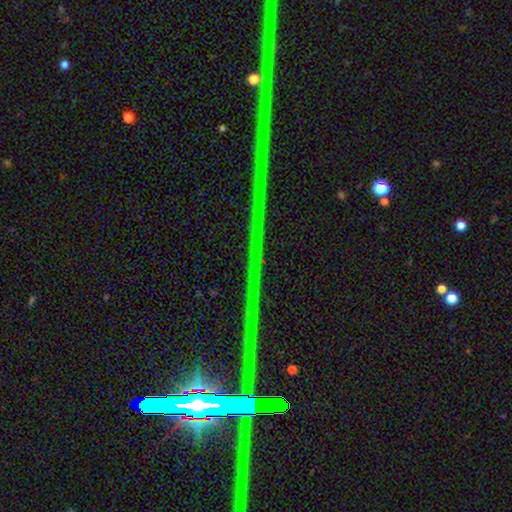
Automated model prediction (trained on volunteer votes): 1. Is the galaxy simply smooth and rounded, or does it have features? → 85% star or artifact, 10% featured or disk, 5% smooth.